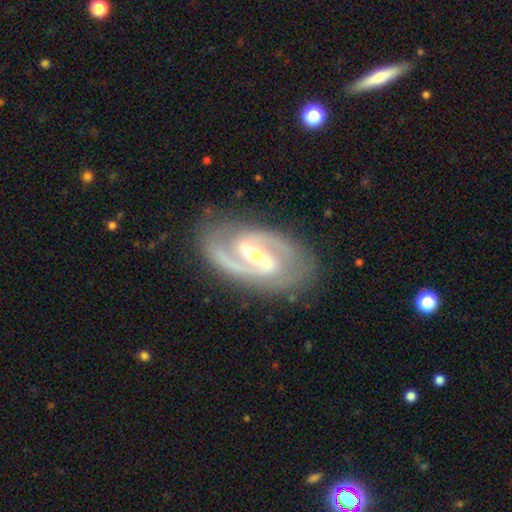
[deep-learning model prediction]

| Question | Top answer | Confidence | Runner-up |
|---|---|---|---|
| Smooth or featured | featured or disk | 91% | star or artifact (4%) |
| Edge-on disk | no | 96% | yes (4%) |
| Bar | strong | 54% | weak (34%) |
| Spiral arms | yes | 98% | no (2%) |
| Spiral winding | medium | 57% | tight (30%) |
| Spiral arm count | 2 | 91% | 3 (3%) |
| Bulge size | small | 56% | moderate (41%) |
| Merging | none | 82% | minor disturbance (12%) |